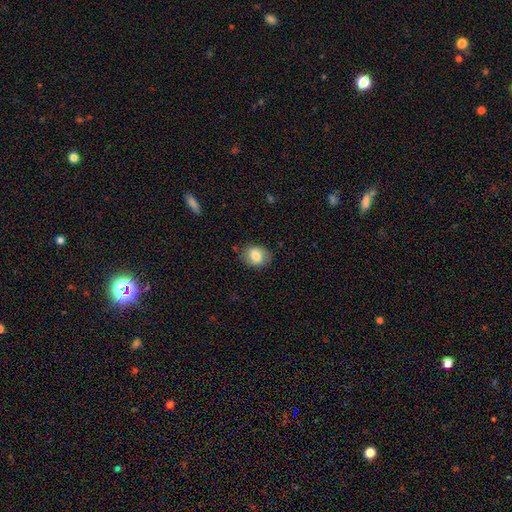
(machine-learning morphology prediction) The model was most divided on "how rounded": in between: 64%, round: 35%, cigar-shaped: 1%. More confident: merging — none (79%); smooth or featured — smooth (77%).